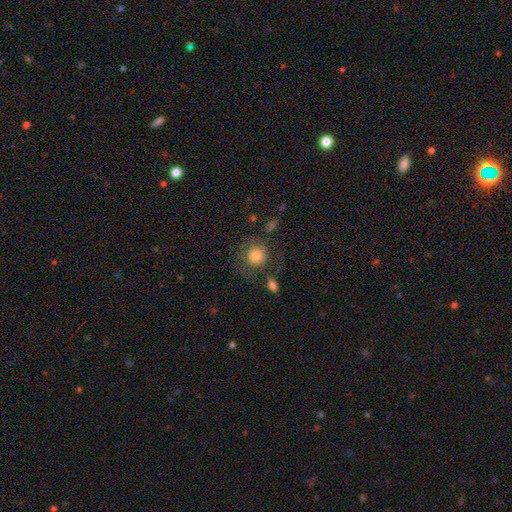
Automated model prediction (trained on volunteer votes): The model was most divided on "merging": none: 61%, minor disturbance: 18%, major disturbance: 14%, merger: 7%. More confident: how rounded — round (89%); smooth or featured — smooth (78%).